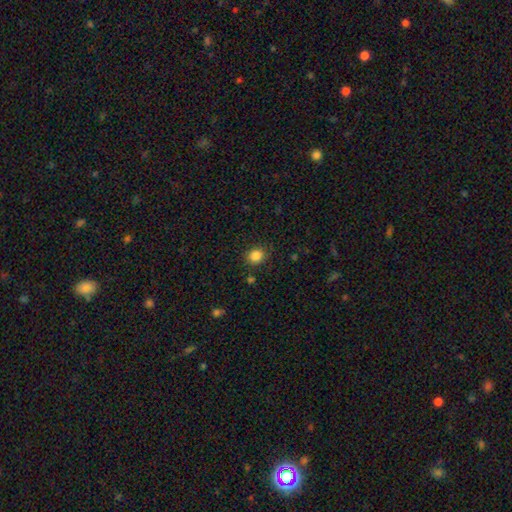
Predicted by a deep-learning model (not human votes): smooth-or-featured: smooth: 85% | star or artifact: 11% | featured or disk: 4%
  how-rounded: round: 78% | in between: 21% | cigar-shaped: 1%
  merging: none: 84% | minor disturbance: 11% | major disturbance: 3% | merger: 2%